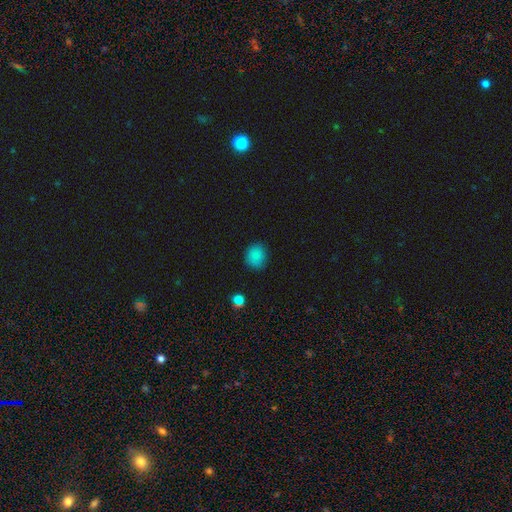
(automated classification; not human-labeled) smooth_or_featured: smooth (p=0.84) [alt: star or artifact p=0.11]
how_rounded: round (p=0.77) [alt: in between p=0.22]
merging: none (p=0.84) [alt: minor disturbance p=0.12]